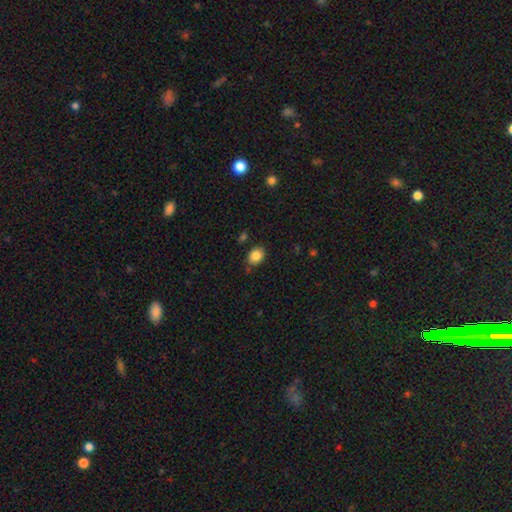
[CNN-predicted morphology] smooth 86%, star or artifact 9%, featured or disk 5%. Down the decision tree: how rounded — in between (63%); merging — none (81%).